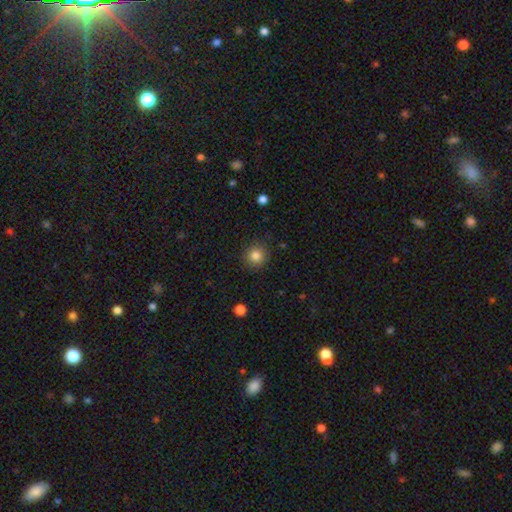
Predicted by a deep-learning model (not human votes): Q: Smooth or featured?
A: smooth (84%); runner-up: star or artifact (11%)
Q: How rounded?
A: round (91%); runner-up: in between (8%)
Q: Merging?
A: none (88%); runner-up: minor disturbance (8%)